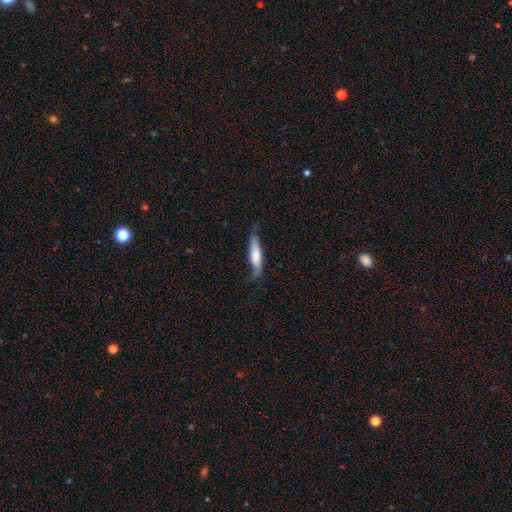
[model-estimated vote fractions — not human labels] smooth 61%, featured or disk 33%, star or artifact 6%. Down the decision tree: how rounded — cigar-shaped (70%); merging — none (53%).